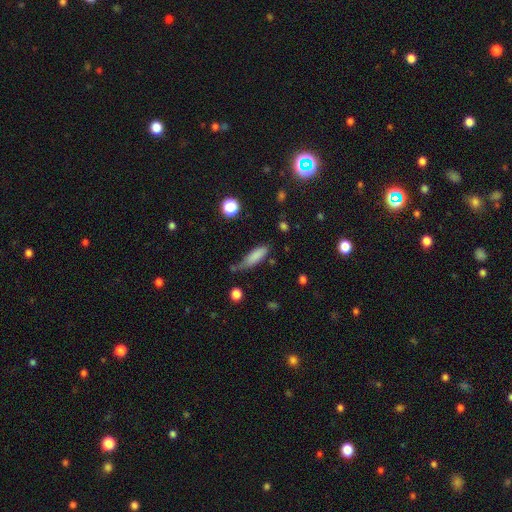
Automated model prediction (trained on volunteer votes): A smooth galaxy with no disk features (82%) that is cigar-shaped (51%). Merging: none (50%).